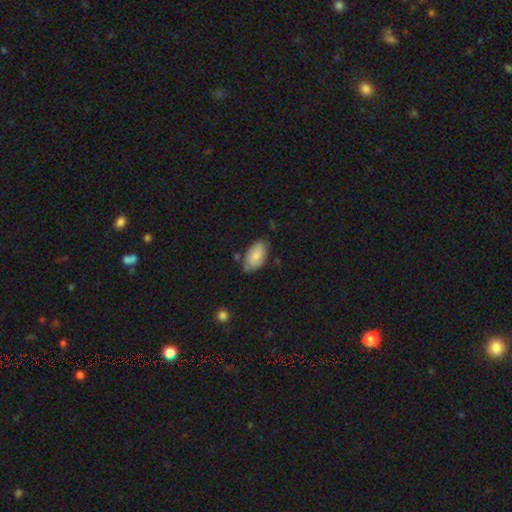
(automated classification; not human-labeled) Smooth or featured?
  - smooth: 80% *
  - featured or disk: 14%
  - star or artifact: 6%
How rounded?
  - in between: 94% *
  - round: 4%
  - cigar-shaped: 2%
Merging?
  - none: 67% *
  - minor disturbance: 25%
  - major disturbance: 4%
  - merger: 4%